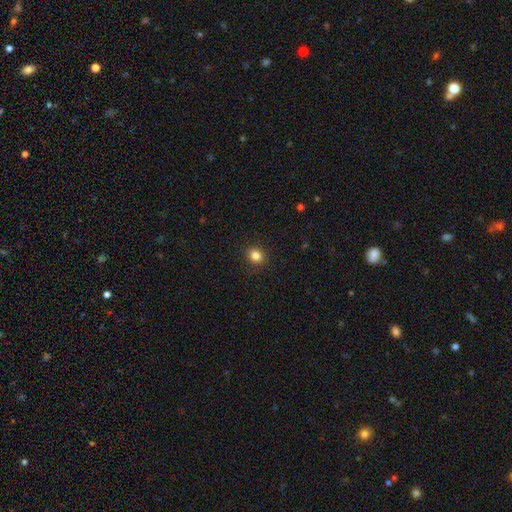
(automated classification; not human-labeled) This appears to be a smooth galaxy with no disk features (84%) that is round (82%). Merging: none (89%).